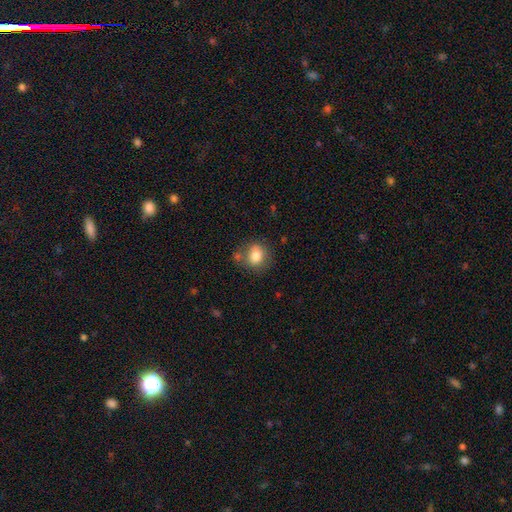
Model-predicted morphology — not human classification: This is likely a smooth galaxy (80%). How rounded: likely round (69%). Merging: likely none (63%).